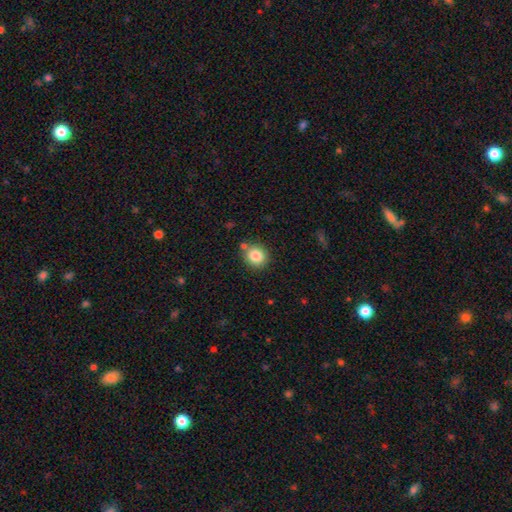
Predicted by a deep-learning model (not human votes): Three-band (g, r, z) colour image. It shows a smooth galaxy with no disk features (84%) that is round (85%). Merging: none (79%).